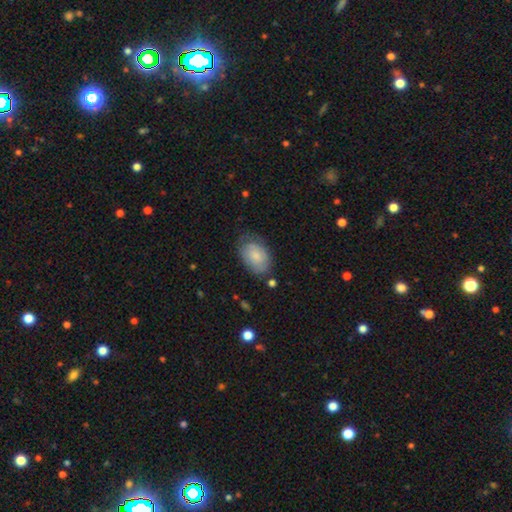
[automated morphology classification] Q: Smooth or featured?
A: smooth (67%); runner-up: featured or disk (26%)
Q: How rounded?
A: in between (87%); runner-up: round (12%)
Q: Merging?
A: none (62%); runner-up: minor disturbance (27%)